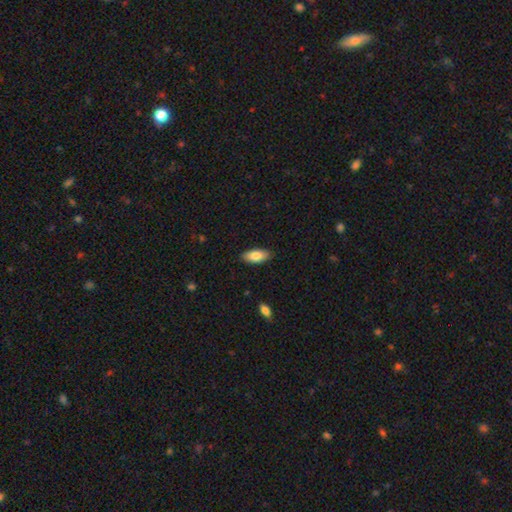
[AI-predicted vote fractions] smooth-or-featured: smooth: 82% | featured or disk: 11% | star or artifact: 6%
  how-rounded: in between: 87% | cigar-shaped: 12% | round: 2%
  merging: none: 88% | minor disturbance: 9% | major disturbance: 2% | merger: 1%